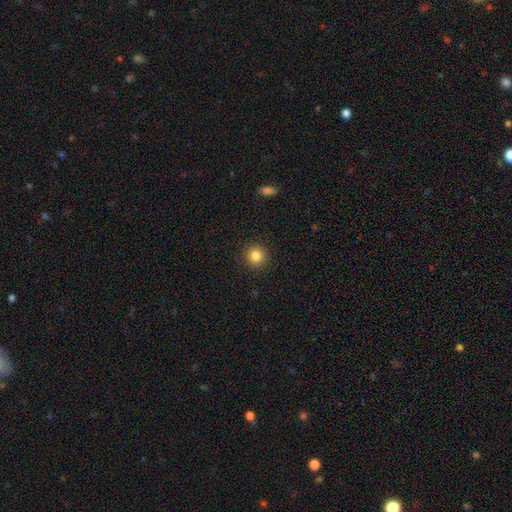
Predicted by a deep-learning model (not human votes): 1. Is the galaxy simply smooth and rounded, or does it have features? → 84% smooth, 11% star or artifact, 5% featured or disk.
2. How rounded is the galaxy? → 95% round, 4% in between, 1% cigar-shaped.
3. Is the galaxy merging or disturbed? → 92% none, 5% minor disturbance, 2% major disturbance, 1% merger.